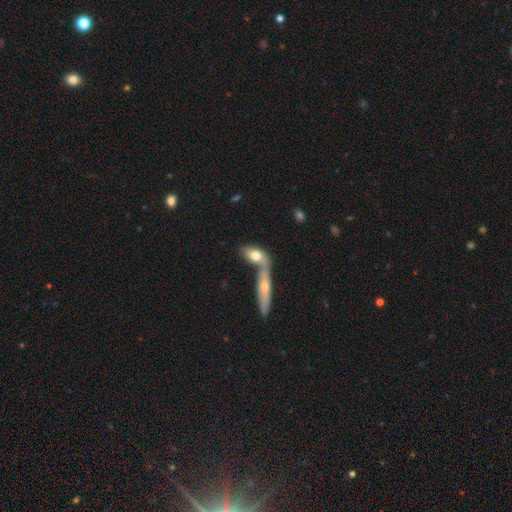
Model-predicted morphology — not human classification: The model was most divided on "merging": merger: 58%, none: 30%, minor disturbance: 9%, major disturbance: 4%. More confident: how rounded — in between (69%); smooth or featured — smooth (66%).